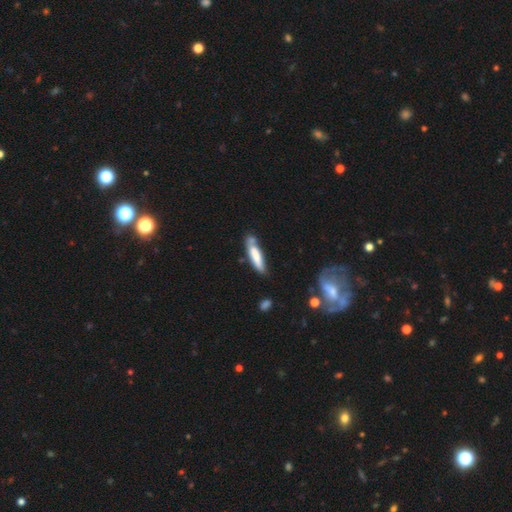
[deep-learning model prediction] This is likely a smooth galaxy (70%). How rounded: likely cigar-shaped (75%). Merging: possibly none (59%).